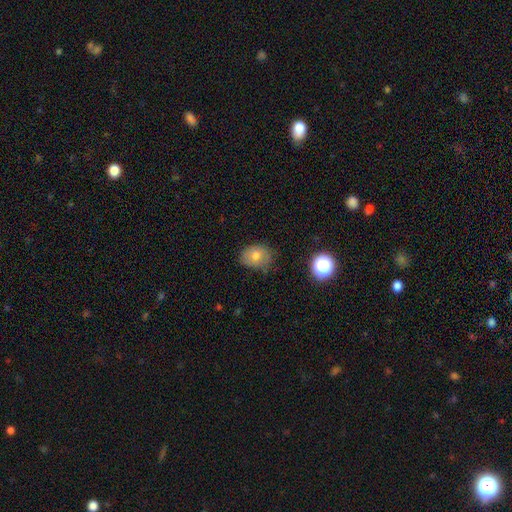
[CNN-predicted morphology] A smooth galaxy with no disk features (73%) that is in between round and cigar-shaped (51%). Merging: none (66%).